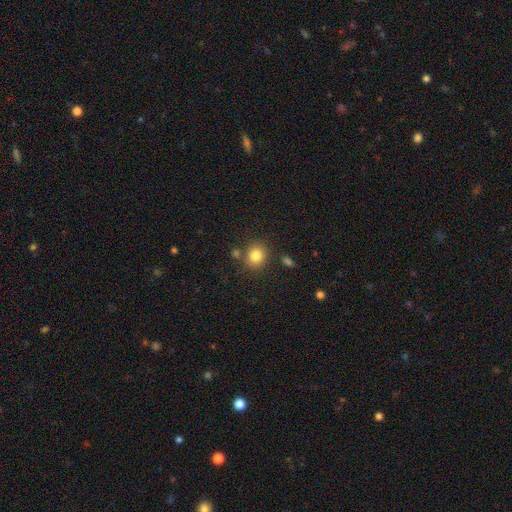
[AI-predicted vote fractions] Smooth or featured? smooth (82%)
How rounded? round (76%)
Merging? none (79%)